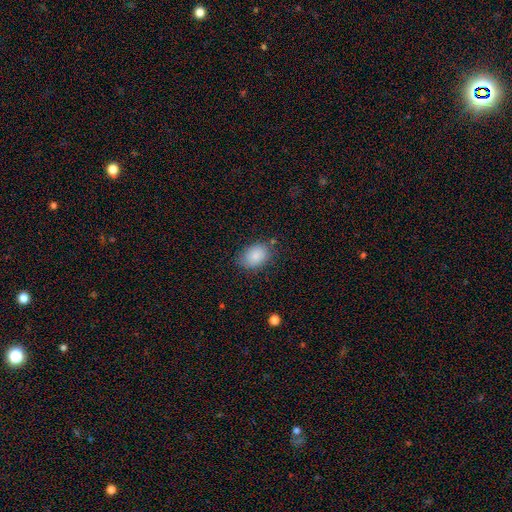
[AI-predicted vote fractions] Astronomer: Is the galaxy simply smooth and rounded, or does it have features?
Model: smooth — 85%.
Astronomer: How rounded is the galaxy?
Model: in between — 78%.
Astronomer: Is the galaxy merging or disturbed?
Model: none — 76%.